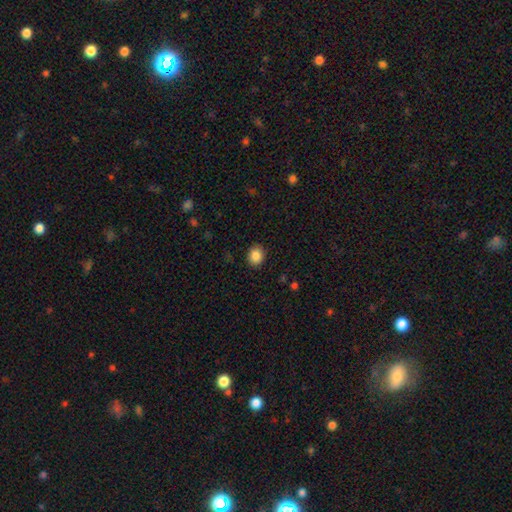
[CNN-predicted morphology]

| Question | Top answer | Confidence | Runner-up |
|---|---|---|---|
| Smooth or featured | smooth | 86% | star or artifact (9%) |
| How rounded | round | 65% | in between (34%) |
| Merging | none | 90% | minor disturbance (7%) |